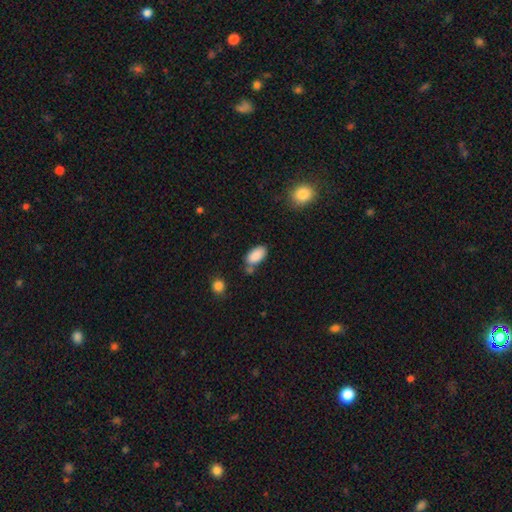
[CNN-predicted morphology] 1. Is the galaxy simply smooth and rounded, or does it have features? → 87% smooth, 7% star or artifact, 5% featured or disk.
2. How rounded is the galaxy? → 94% in between, 3% round, 3% cigar-shaped.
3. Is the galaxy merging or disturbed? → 61% none, 20% minor disturbance, 15% merger, 5% major disturbance.